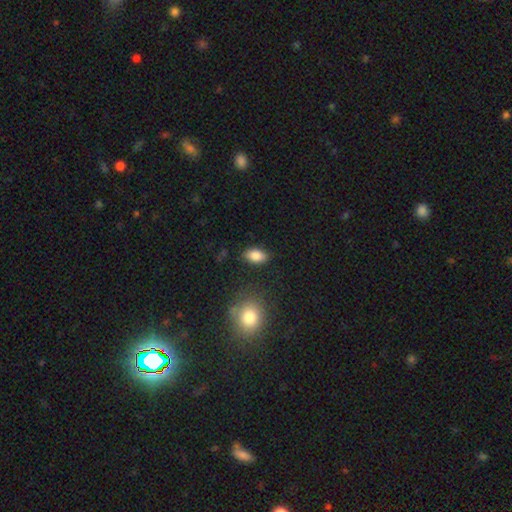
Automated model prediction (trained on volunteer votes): A smooth galaxy with no disk features (86%) that is in between round and cigar-shaped (91%). Merging: none (85%).